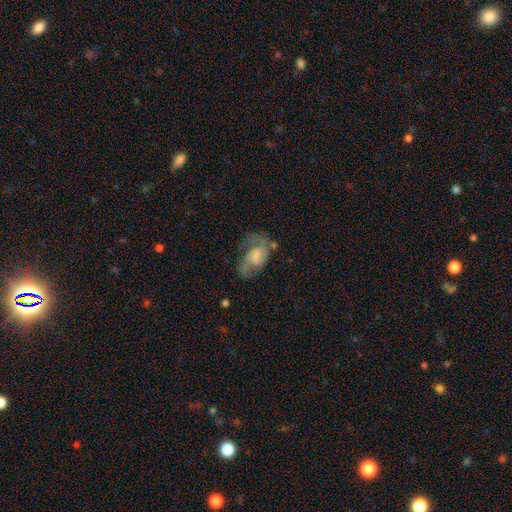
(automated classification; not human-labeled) Smooth or featured? Predicted: featured or disk (p=0.63). Edge-on disk? Predicted: no (p=0.96). Bar? Predicted: no (p=0.44). Spiral arms? Predicted: yes (p=0.79). Bulge size? Predicted: none (p=0.38). Merging? Predicted: none (p=0.48).